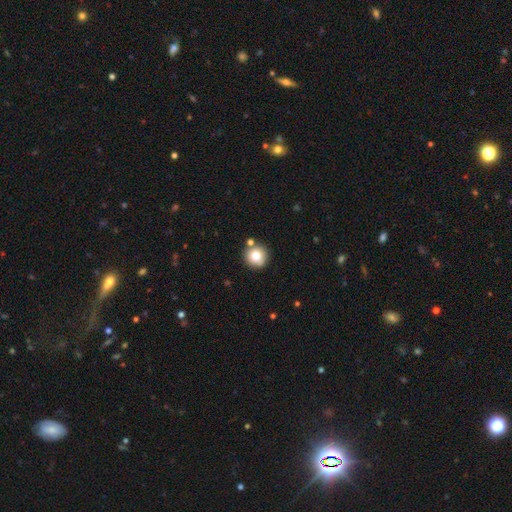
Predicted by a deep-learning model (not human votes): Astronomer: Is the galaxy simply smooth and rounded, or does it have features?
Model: smooth — 79%.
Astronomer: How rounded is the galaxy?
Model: round — 94%.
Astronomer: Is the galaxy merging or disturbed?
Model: none — 81%.